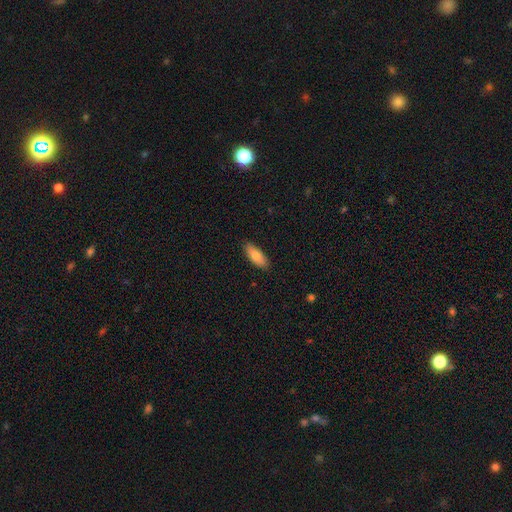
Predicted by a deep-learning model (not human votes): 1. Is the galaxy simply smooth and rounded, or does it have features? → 77% smooth, 16% featured or disk, 6% star or artifact.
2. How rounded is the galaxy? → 75% in between, 23% cigar-shaped, 2% round.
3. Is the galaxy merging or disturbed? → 88% none, 9% minor disturbance, 2% major disturbance, 1% merger.